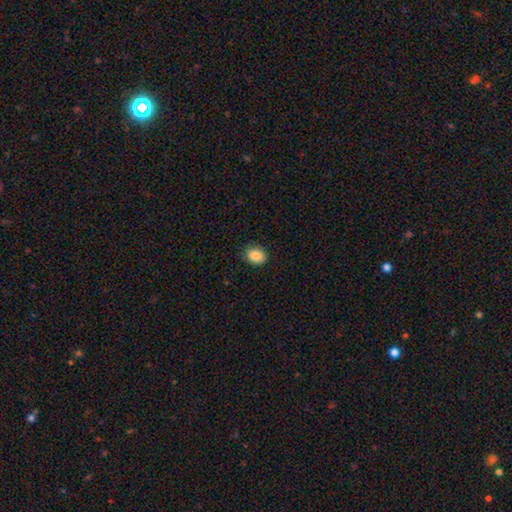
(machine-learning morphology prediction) A smooth galaxy with no disk features (87%) that is in between round and cigar-shaped (64%). Merging: none (87%).